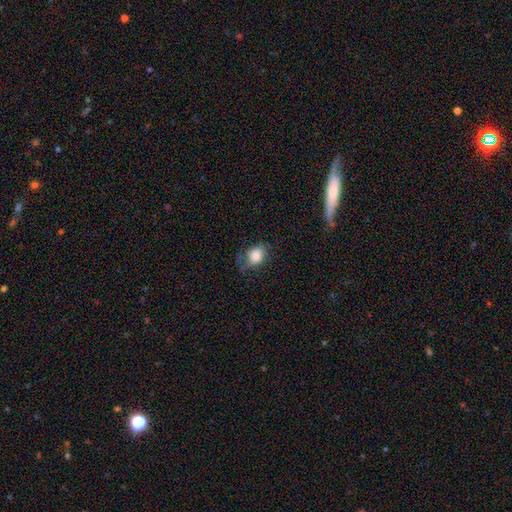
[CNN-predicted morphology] Smooth or featured?
  - smooth: 78% *
  - featured or disk: 14%
  - star or artifact: 8%
How rounded?
  - in between: 66% *
  - round: 32%
  - cigar-shaped: 1%
Merging?
  - none: 50% *
  - minor disturbance: 31%
  - major disturbance: 18%
  - merger: 2%